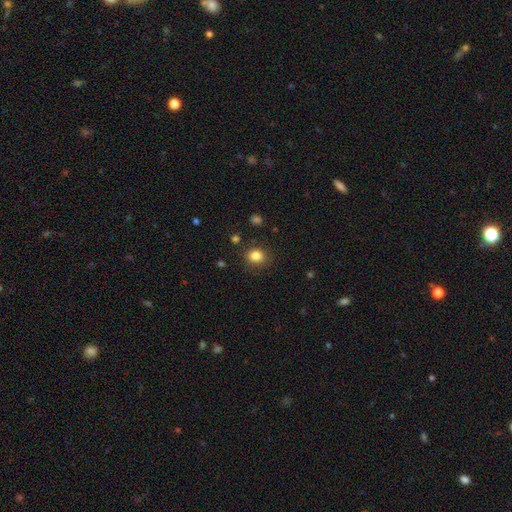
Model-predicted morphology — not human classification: smooth_or_featured: smooth (p=0.84) [alt: star or artifact p=0.11]
how_rounded: round (p=0.68) [alt: in between p=0.31]
merging: none (p=0.85) [alt: minor disturbance p=0.10]